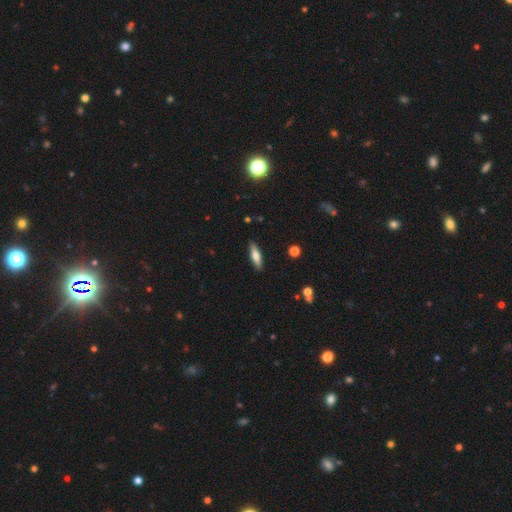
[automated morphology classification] smooth 67%, featured or disk 26%, star or artifact 7%. Down the decision tree: how rounded — cigar-shaped (63%); merging — none (88%).